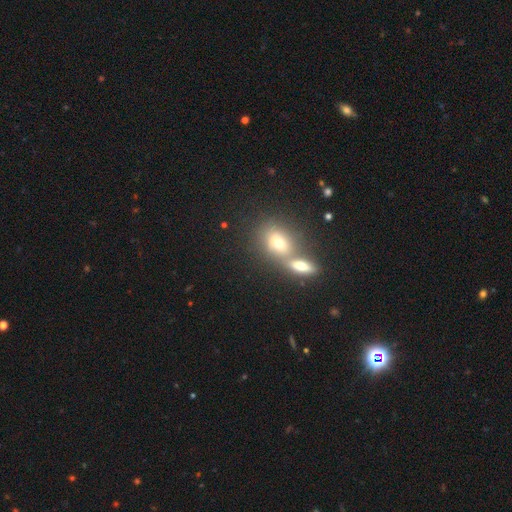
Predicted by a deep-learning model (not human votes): Smooth or featured? Predicted: smooth (p=0.60). How rounded? Predicted: round (p=0.64). Merging? Predicted: merger (p=0.46).